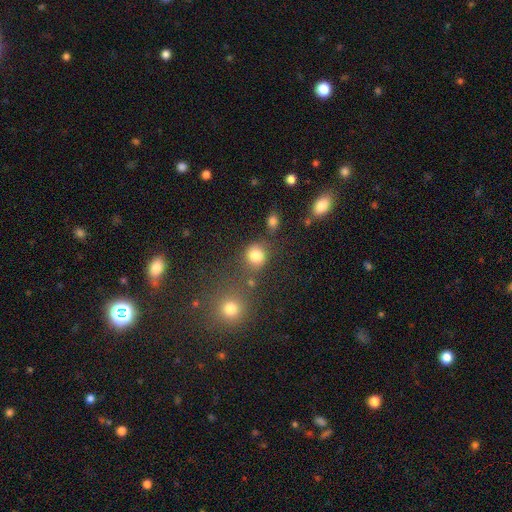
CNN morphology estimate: Smooth or featured: smooth — 82% (star or artifact — 12%)
How rounded: round — 81% (in between — 18%)
Merging: none — 68% (minor disturbance — 14%)